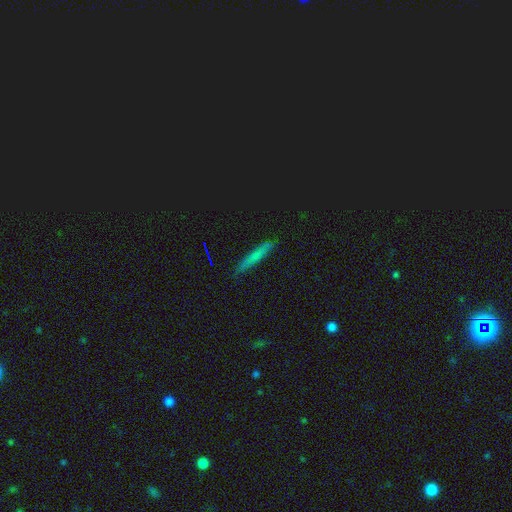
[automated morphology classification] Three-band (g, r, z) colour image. It shows a smooth galaxy with no disk features (61%) that is cigar-shaped (92%). Merging: none (87%).